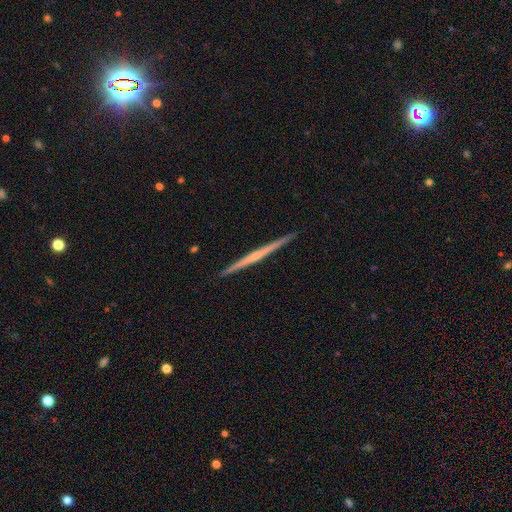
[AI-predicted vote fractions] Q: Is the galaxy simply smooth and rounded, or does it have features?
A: featured or disk — 71%.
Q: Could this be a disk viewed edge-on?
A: yes — 98%.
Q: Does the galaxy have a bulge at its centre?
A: none — 60%.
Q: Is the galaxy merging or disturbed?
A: none — 92%.